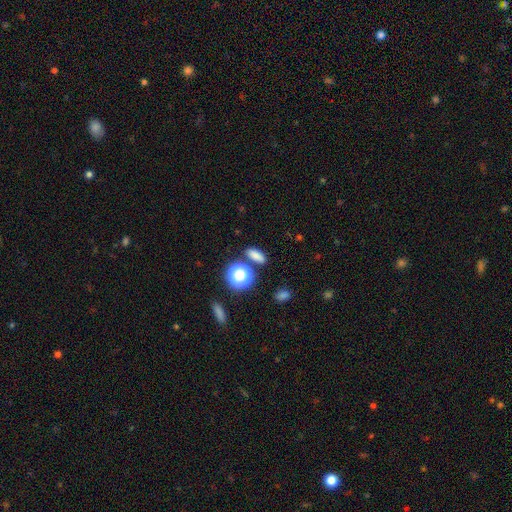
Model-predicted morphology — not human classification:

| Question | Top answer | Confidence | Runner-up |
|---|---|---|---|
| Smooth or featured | smooth | 76% | star or artifact (18%) |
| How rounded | in between | 62% | round (21%) |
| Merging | none | 80% | minor disturbance (9%) |